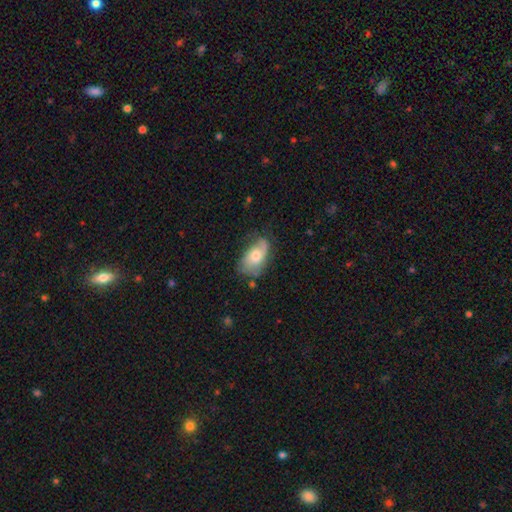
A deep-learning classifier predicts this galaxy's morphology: type=featured or disk (47%); merging=none (55%).